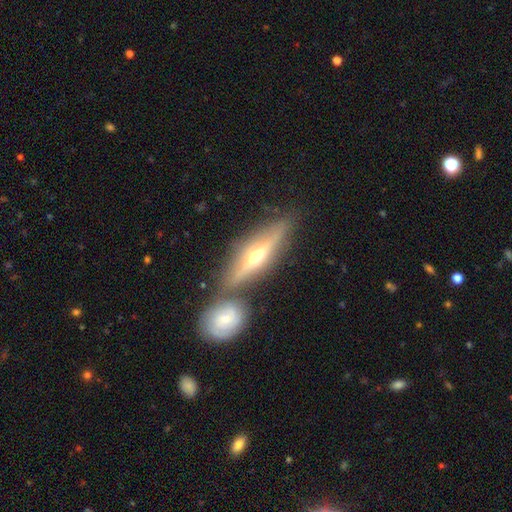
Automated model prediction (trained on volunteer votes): Smooth or featured?
  - featured or disk: 68% *
  - smooth: 25%
  - star or artifact: 7%
Edge-on disk?
  - yes: 90% *
  - no: 10%
Edge-on bulge?
  - rounded: 92% *
  - none: 4%
  - boxy: 3%
Merging?
  - none: 69% *
  - merger: 17%
  - minor disturbance: 10%
  - major disturbance: 3%